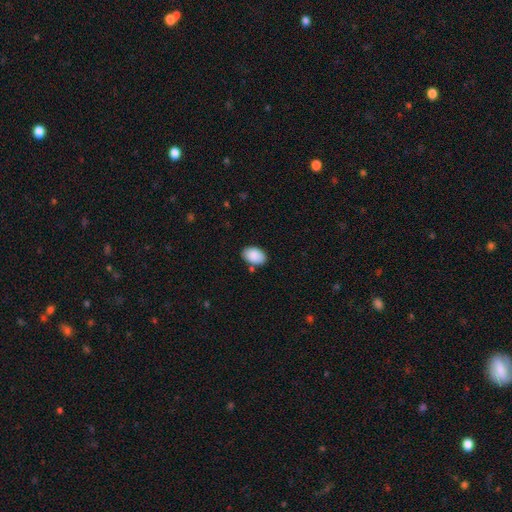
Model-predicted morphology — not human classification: smooth_or_featured: smooth (p=0.89) [alt: star or artifact p=0.06]
how_rounded: in between (p=0.90) [alt: round p=0.09]
merging: none (p=0.79) [alt: minor disturbance p=0.13]